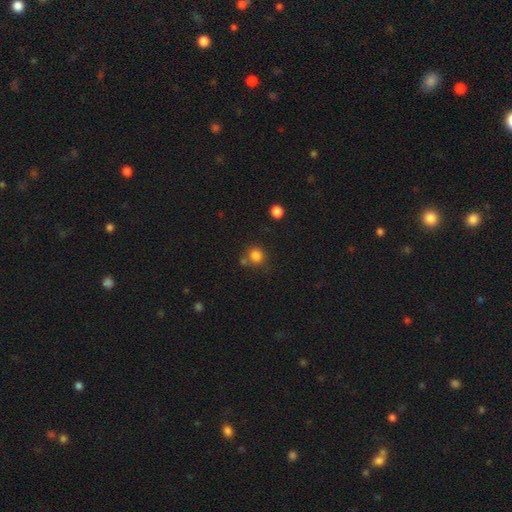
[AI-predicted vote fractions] Smooth or featured?
  - smooth: 82% *
  - star or artifact: 13%
  - featured or disk: 6%
How rounded?
  - round: 83% *
  - in between: 16%
  - cigar-shaped: 1%
Merging?
  - none: 66% *
  - merger: 17%
  - minor disturbance: 12%
  - major disturbance: 4%